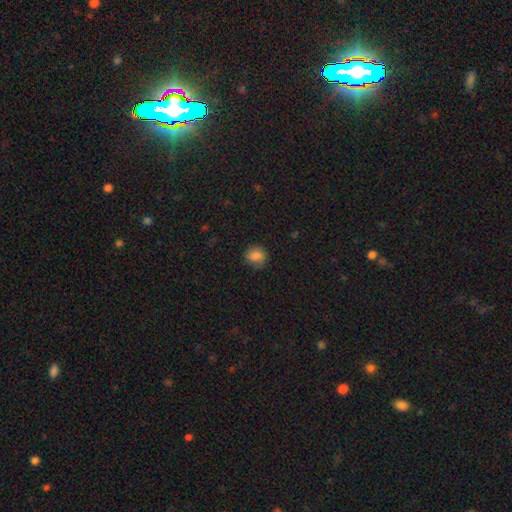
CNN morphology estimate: type=smooth (85%); roundness=round (72%); merging=none (83%).